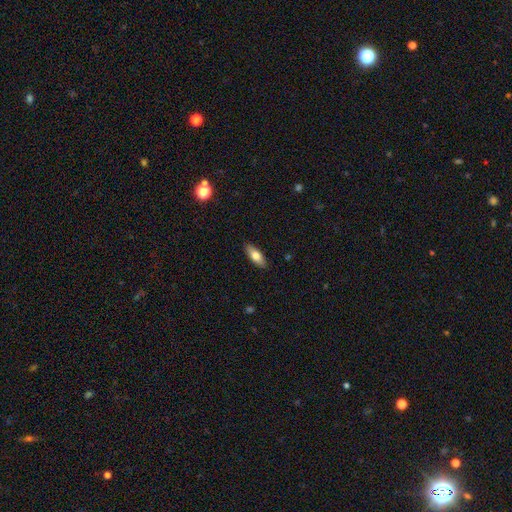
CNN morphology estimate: Q: Smooth or featured?
A: smooth (72%); runner-up: featured or disk (22%)
Q: How rounded?
A: in between (72%); runner-up: cigar-shaped (25%)
Q: Merging?
A: none (89%); runner-up: minor disturbance (8%)